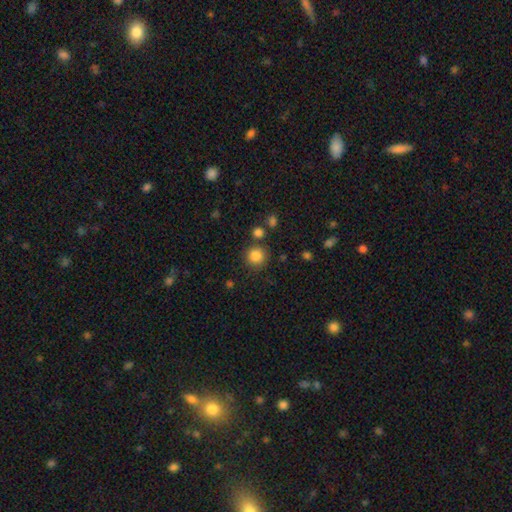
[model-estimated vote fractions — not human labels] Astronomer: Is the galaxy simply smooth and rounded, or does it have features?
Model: smooth — 85%.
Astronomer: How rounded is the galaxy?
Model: round — 93%.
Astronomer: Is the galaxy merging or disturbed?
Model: none — 83%.